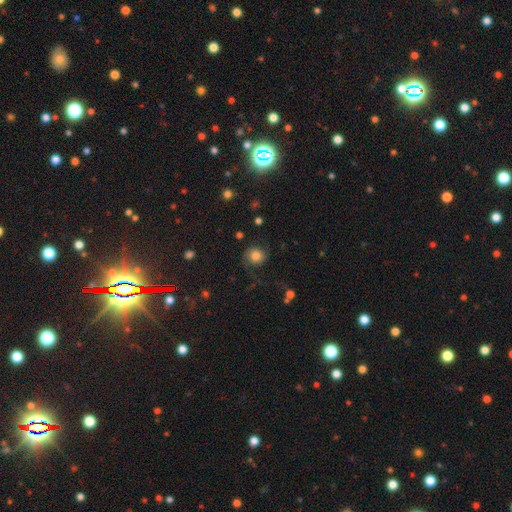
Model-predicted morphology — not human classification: This is possibly a smooth galaxy (57%). How rounded: clearly round (84%). Merging: likely none (62%).